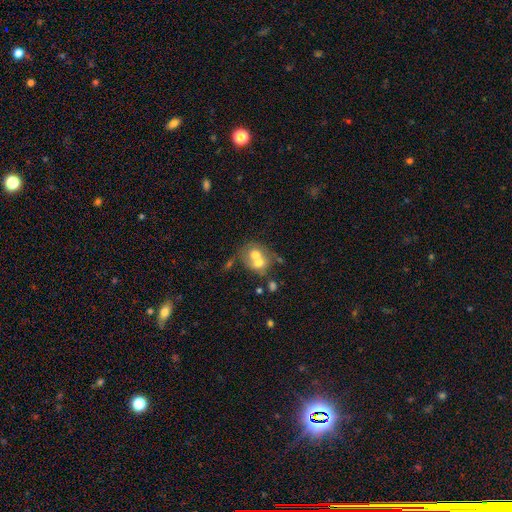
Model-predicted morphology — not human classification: Smooth or featured? Predicted: smooth (p=0.62). How rounded? Predicted: round (p=0.66). Merging? Predicted: merger (p=0.68).